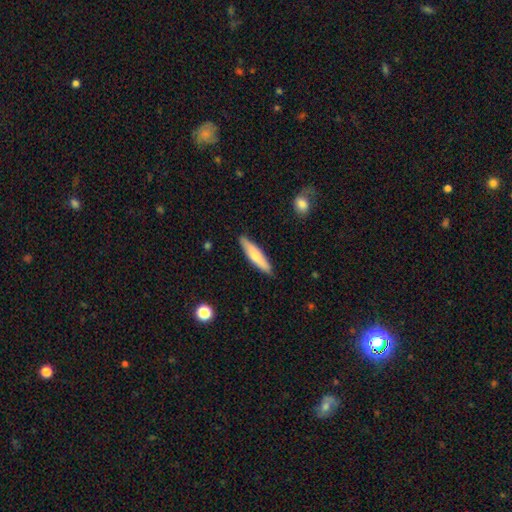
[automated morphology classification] Smooth or featured: smooth — 66% (featured or disk — 29%)
How rounded: cigar-shaped — 81% (in between — 17%)
Merging: none — 88% (minor disturbance — 9%)